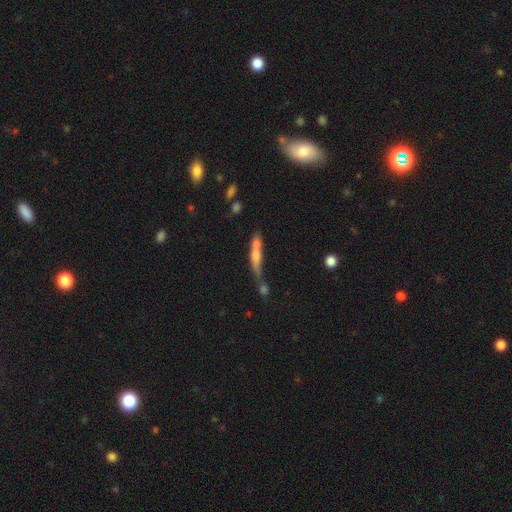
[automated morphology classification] Q: Smooth or featured?
A: smooth (57%); runner-up: featured or disk (34%)
Q: How rounded?
A: cigar-shaped (77%); runner-up: in between (19%)
Q: Merging?
A: merger (41%); runner-up: none (31%)